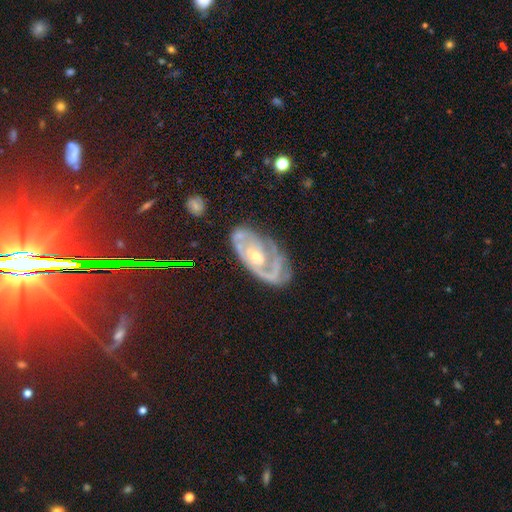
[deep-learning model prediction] The model was most divided on "bulge size": moderate: 48%, small: 47%, large: 2%, none: 2%, dominant: 1%. Remaining: edge-on disk — no (94%); spiral arms — yes (88%); smooth or featured — featured or disk (80%); bar — no (69%); merging — none (66%); spiral winding — tight (60%); spiral arm count — 2 (44%).